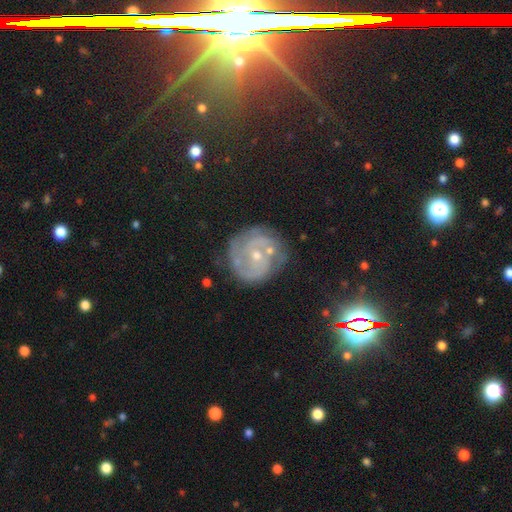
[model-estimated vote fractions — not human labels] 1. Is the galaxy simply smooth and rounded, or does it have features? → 80% featured or disk, 10% star or artifact, 10% smooth.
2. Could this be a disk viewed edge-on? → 98% no, 2% yes.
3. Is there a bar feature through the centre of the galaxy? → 63% no, 30% weak, 7% strong.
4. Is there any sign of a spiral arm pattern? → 93% yes, 7% no.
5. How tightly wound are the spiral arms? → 58% tight, 34% medium, 8% loose.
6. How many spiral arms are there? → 47% 2, 22% can't tell, 17% 3, 5% 1, 5% 4, 4% more than 4.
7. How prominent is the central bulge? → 68% small, 28% moderate, 2% none, 1% large, 1% dominant.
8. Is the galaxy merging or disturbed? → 69% none, 18% minor disturbance, 7% major disturbance, 6% merger.